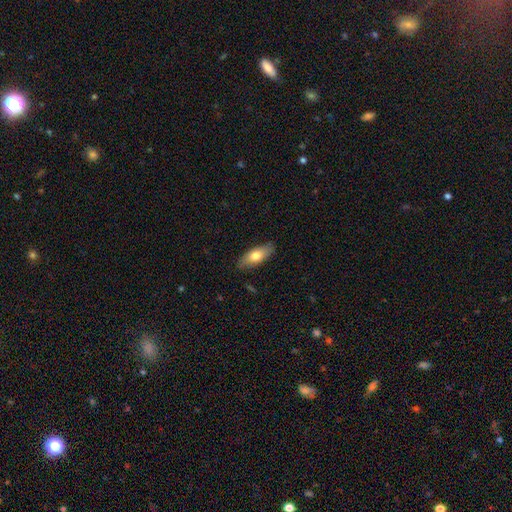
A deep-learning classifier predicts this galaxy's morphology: Smooth or featured?
  - smooth: 71% *
  - featured or disk: 23%
  - star or artifact: 6%
How rounded?
  - in between: 77% *
  - cigar-shaped: 20%
  - round: 3%
Merging?
  - none: 84% *
  - minor disturbance: 13%
  - major disturbance: 2%
  - merger: 1%